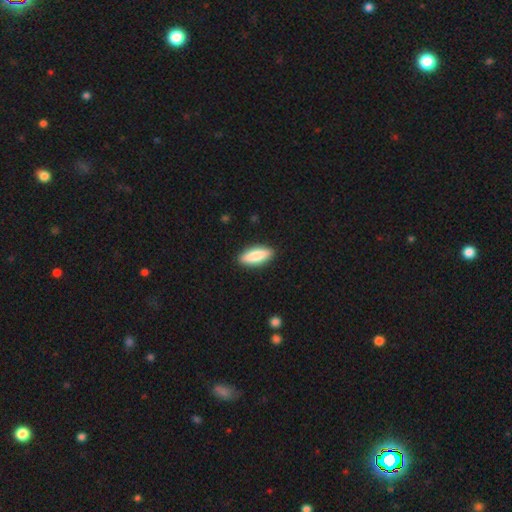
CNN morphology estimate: A smooth galaxy with no disk features (82%) that is in between round and cigar-shaped (63%). Merging: none (90%).